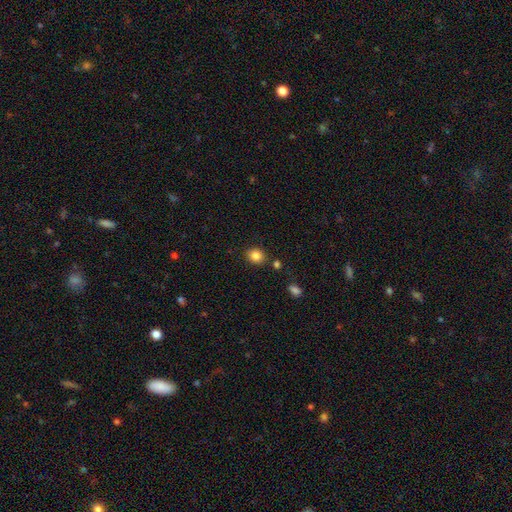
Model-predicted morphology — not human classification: smooth 85%, star or artifact 10%, featured or disk 5%. Down the decision tree: how rounded — round (72%); merging — none (85%).